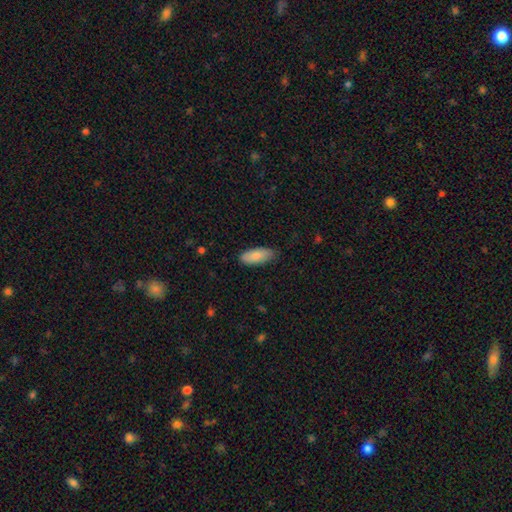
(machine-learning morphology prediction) A smooth galaxy with no disk features (85%) that is in between round and cigar-shaped (82%). Merging: none (82%).